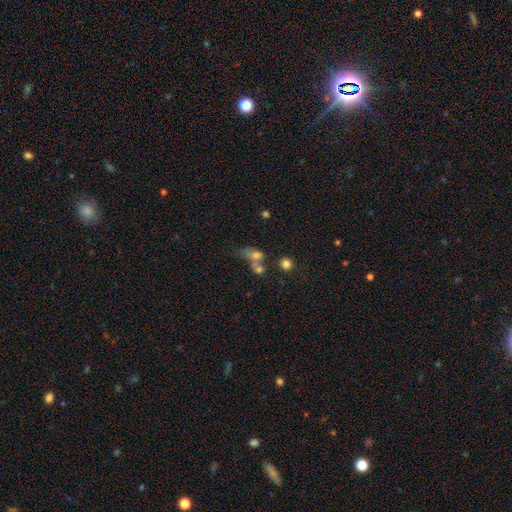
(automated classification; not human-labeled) This appears to be a smooth galaxy with no disk features (66%) that is in between round and cigar-shaped (55%). Merging: merger (48%).